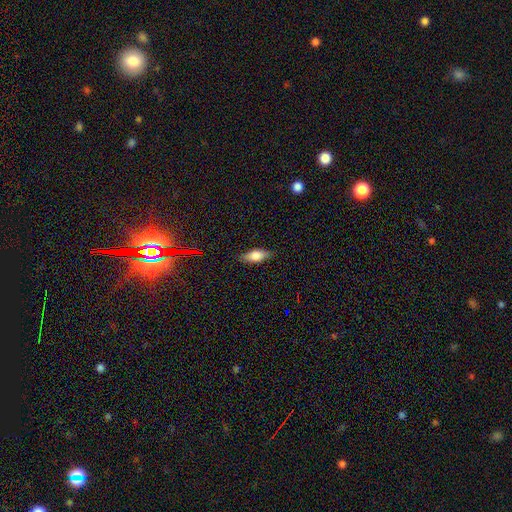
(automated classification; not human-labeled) A smooth galaxy with no disk features (71%) that is in between round and cigar-shaped (77%).

Vote fractions:
- Smooth or featured? smooth: 71% / featured or disk: 20% / star or artifact: 9%
- How rounded? in between: 77% / cigar-shaped: 20% / round: 4%
- Merging? none: 85% / minor disturbance: 12% / major disturbance: 2% / merger: 1%